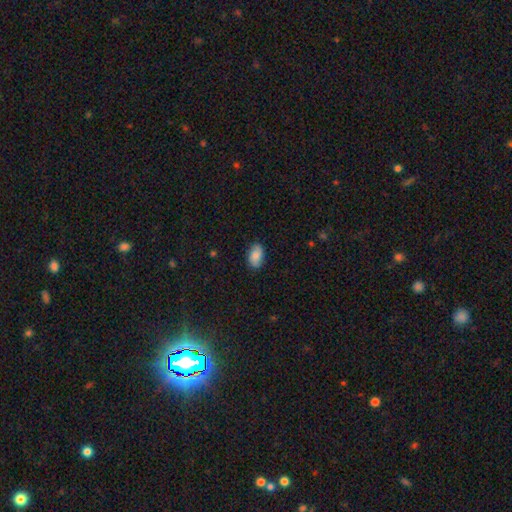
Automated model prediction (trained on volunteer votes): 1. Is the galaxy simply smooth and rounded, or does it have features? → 81% smooth, 12% featured or disk, 7% star or artifact.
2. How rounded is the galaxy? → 92% in between, 5% round, 2% cigar-shaped.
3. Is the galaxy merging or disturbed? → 83% none, 13% minor disturbance, 2% major disturbance, 1% merger.